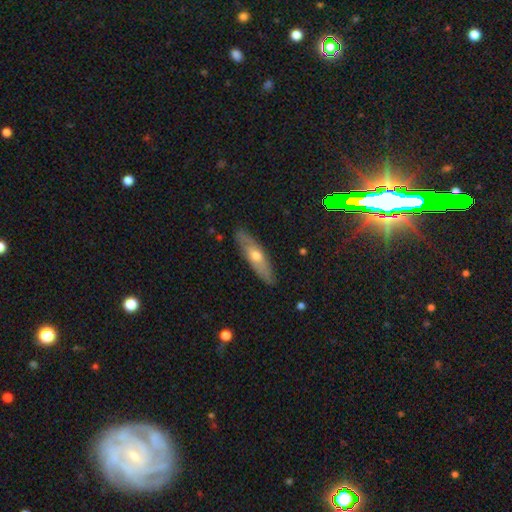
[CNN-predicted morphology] This is possibly a featured or disk galaxy (50%). It is likely viewed edge-on (67%). Merging: clearly none (86%).